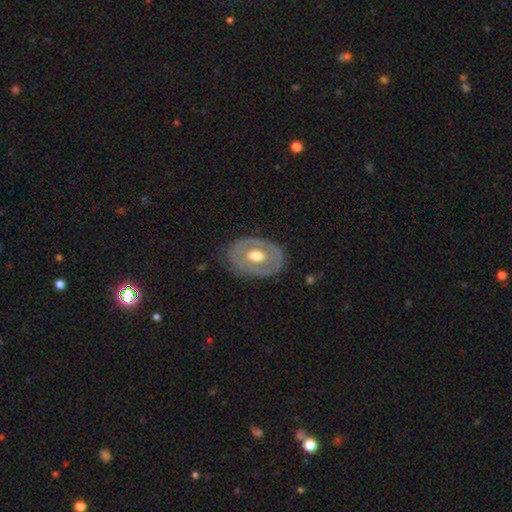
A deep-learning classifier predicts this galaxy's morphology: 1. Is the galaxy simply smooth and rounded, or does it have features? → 57% featured or disk, 38% smooth, 5% star or artifact.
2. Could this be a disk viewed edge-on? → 92% no, 8% yes.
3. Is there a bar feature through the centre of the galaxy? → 84% no, 12% weak, 4% strong.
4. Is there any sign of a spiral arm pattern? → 86% no, 14% yes.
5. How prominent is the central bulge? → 64% moderate, 28% large, 5% small, 2% dominant, 1% none.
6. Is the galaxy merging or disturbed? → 75% none, 18% minor disturbance, 6% major disturbance, 1% merger.